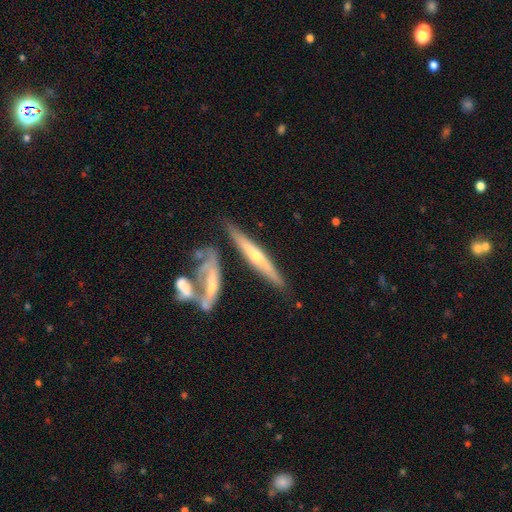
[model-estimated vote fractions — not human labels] Overall: featured or disk (64%; smooth 30%). Edge-on disk: yes (92%). Edge-on bulge: rounded (77%). Merging: none (68%).